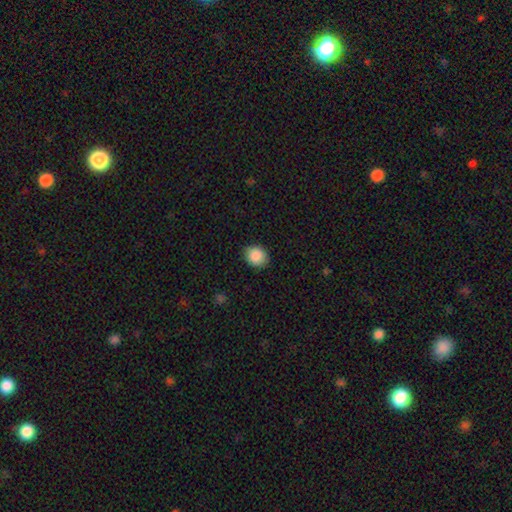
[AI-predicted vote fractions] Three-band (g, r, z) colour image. It shows a smooth galaxy with no disk features (88%) that is round (66%). Merging: none (86%).